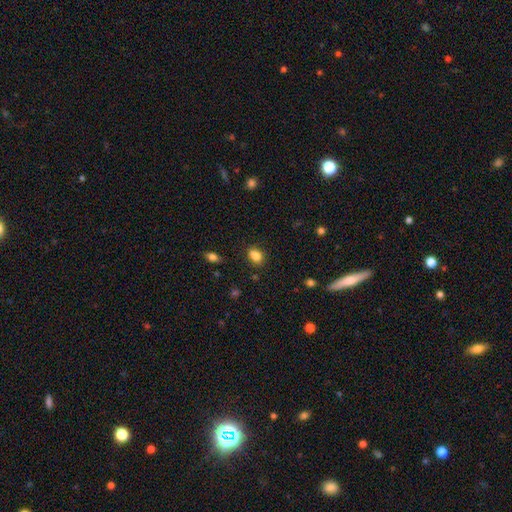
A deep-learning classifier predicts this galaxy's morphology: Smooth or featured?
  - smooth: 82% *
  - star or artifact: 12%
  - featured or disk: 7%
How rounded?
  - in between: 60% *
  - round: 39%
  - cigar-shaped: 1%
Merging?
  - none: 67% *
  - minor disturbance: 17%
  - merger: 11%
  - major disturbance: 4%